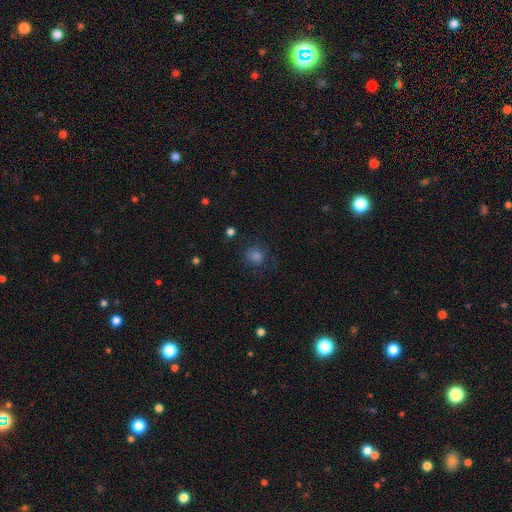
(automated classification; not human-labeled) A smooth galaxy with no disk features (69%) that is round (86%). Merging: none (77%).